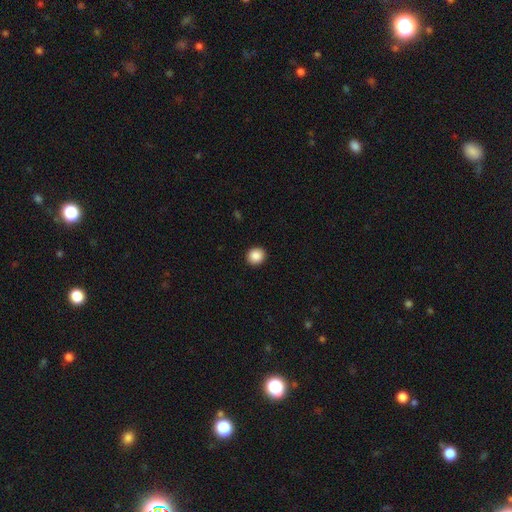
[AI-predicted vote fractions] A smooth galaxy with no disk features (89%) that is round (86%). Merging: none (93%).